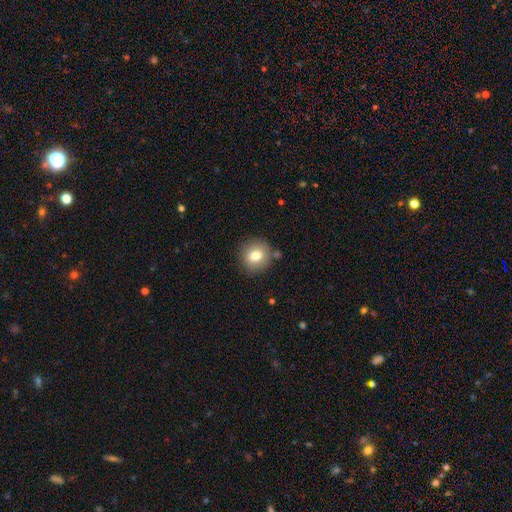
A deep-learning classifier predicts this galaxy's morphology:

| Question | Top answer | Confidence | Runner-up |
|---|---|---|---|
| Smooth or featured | smooth | 77% | featured or disk (14%) |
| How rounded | round | 86% | in between (13%) |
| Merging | none | 83% | minor disturbance (10%) |